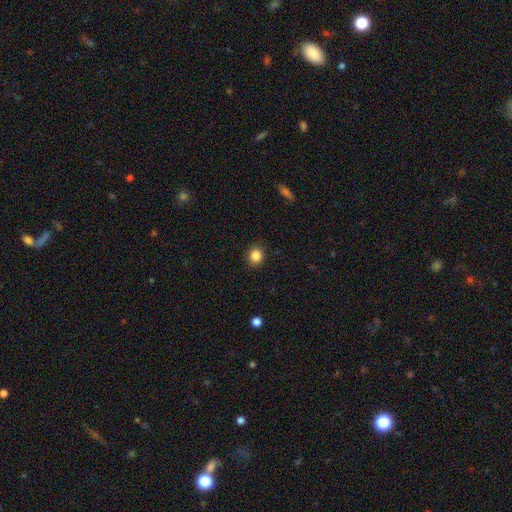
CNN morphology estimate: type=smooth (86%); roundness=round (81%); merging=none (89%).